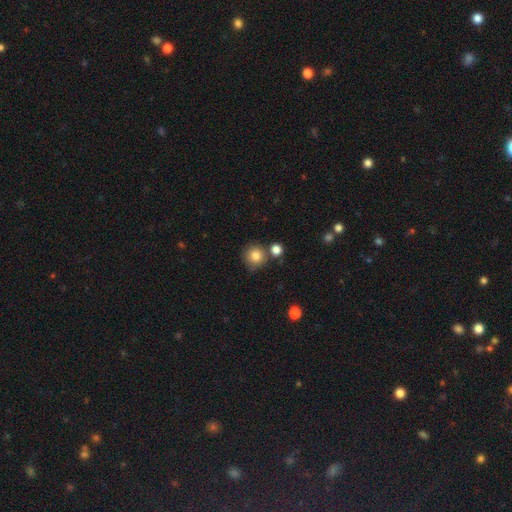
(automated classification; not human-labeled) Q: Smooth or featured?
A: smooth (83%); runner-up: star or artifact (10%)
Q: How rounded?
A: round (93%); runner-up: in between (6%)
Q: Merging?
A: none (74%); runner-up: merger (13%)